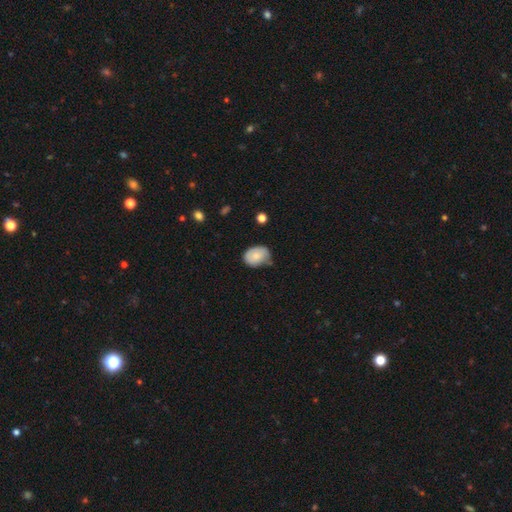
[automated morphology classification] type=smooth (77%); roundness=in between (73%); merging=none (61%).